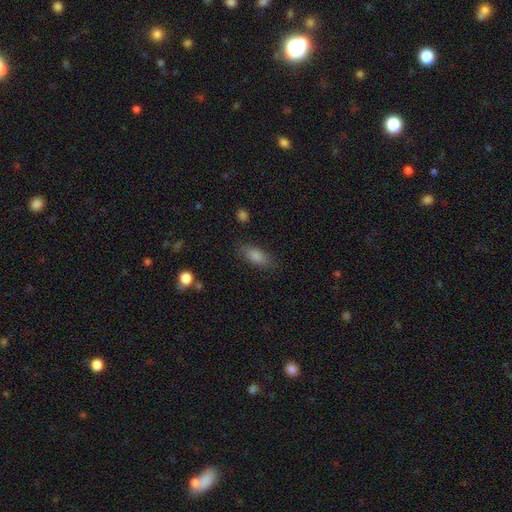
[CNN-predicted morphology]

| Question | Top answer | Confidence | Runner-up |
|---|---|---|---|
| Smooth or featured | smooth | 79% | featured or disk (11%) |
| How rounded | in between | 71% | cigar-shaped (25%) |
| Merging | none | 84% | minor disturbance (11%) |